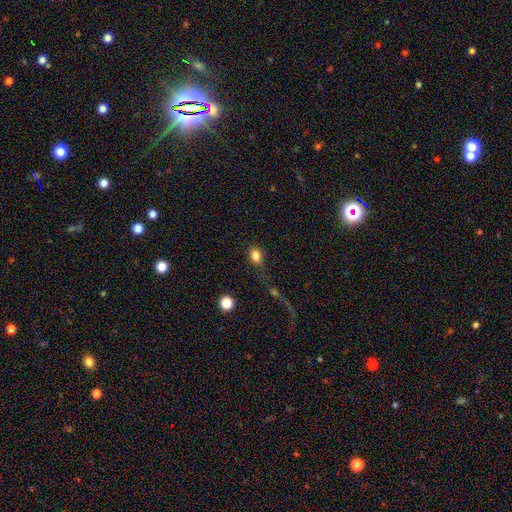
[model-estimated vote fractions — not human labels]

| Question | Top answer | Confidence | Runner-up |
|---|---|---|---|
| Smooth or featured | smooth | 82% | star or artifact (11%) |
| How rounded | in between | 55% | round (43%) |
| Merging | none | 54% | minor disturbance (19%) |